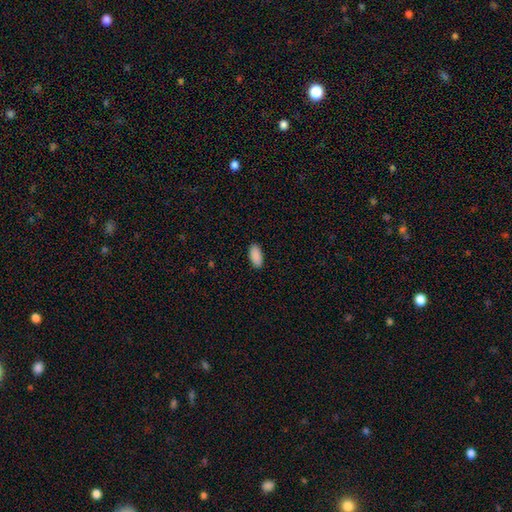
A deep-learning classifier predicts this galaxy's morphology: This is clearly a smooth galaxy (91%). How rounded: clearly in between (91%). Merging: clearly none (90%).